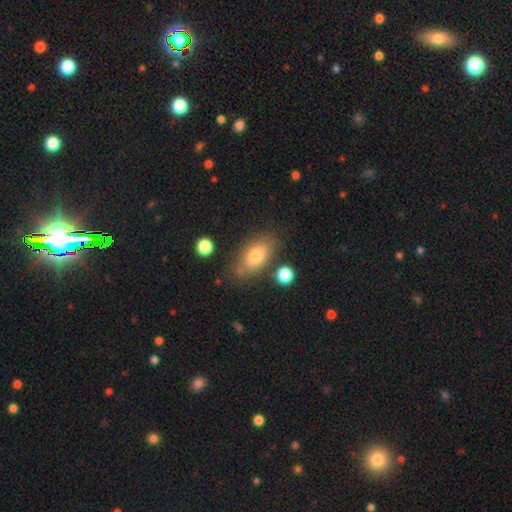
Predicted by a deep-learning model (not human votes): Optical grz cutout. It shows a smooth galaxy with no disk features (74%) that is in between round and cigar-shaped (87%). Merging: none (71%).